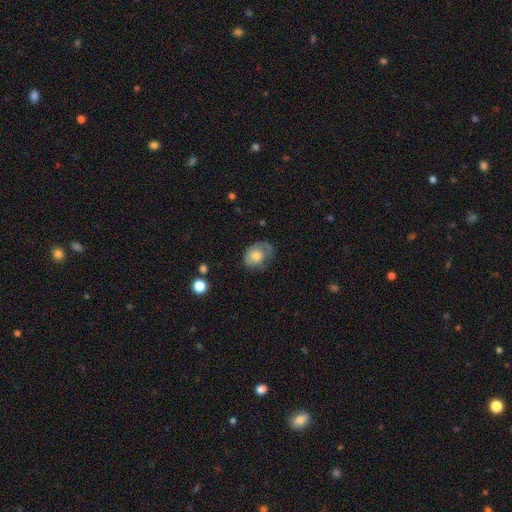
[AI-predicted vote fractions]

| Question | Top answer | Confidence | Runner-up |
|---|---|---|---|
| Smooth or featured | smooth | 65% | featured or disk (27%) |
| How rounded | in between | 63% | round (36%) |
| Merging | none | 44% | minor disturbance (32%) |